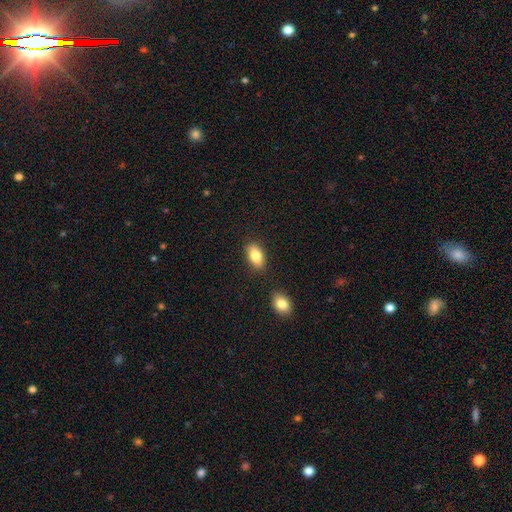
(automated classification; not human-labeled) This is clearly a smooth galaxy (83%). How rounded: clearly in between (91%). Merging: clearly none (82%).